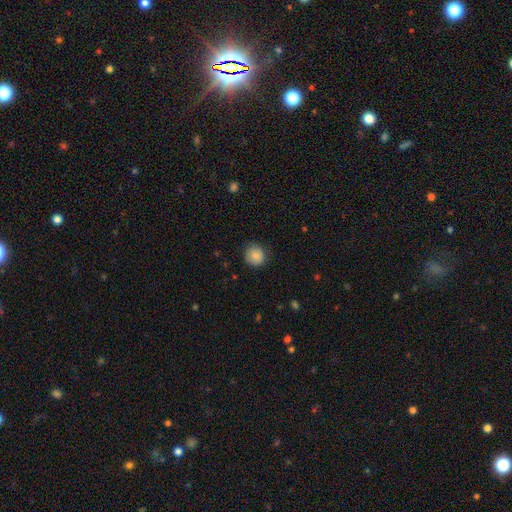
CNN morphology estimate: smooth-or-featured: smooth: 85% | star or artifact: 8% | featured or disk: 8%
  how-rounded: round: 90% | in between: 9% | cigar-shaped: 1%
  merging: none: 81% | minor disturbance: 15% | major disturbance: 3% | merger: 1%